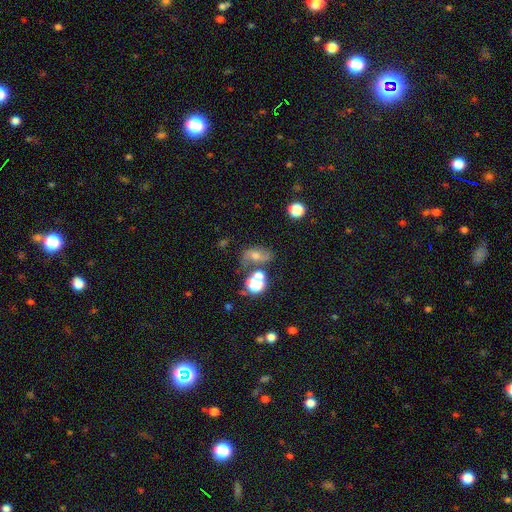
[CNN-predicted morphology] Smooth or featured? featured or disk (54%)
Edge-on disk? no (95%)
Bar? no (51%)
Spiral arms? yes (83%)
Bulge size? moderate (60%)
Merging? none (52%)